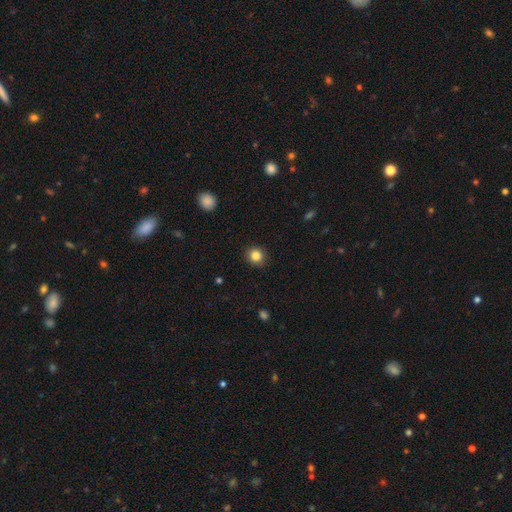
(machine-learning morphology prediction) Overall: smooth (84%). How rounded: round (86%). Merging: none (90%).